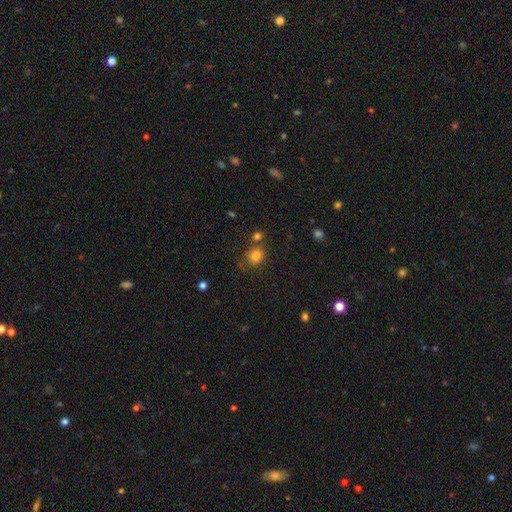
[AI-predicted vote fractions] This is likely a smooth galaxy (80%). How rounded: likely round (74%). Merging: likely none (68%).